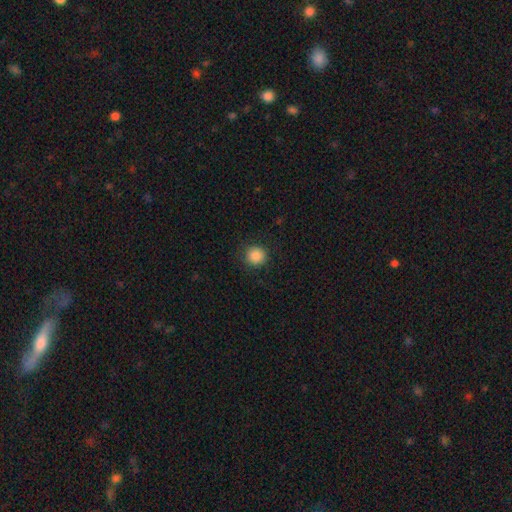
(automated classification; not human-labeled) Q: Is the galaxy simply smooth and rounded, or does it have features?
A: smooth — 87%.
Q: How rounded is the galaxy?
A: round — 93%.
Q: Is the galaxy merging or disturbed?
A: none — 89%.